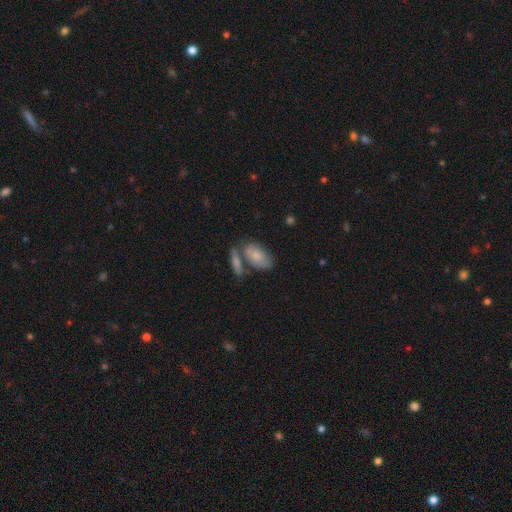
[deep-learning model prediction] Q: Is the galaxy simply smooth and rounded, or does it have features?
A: smooth — 75%.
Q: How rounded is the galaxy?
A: in between — 90%.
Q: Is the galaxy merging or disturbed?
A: none — 48%.